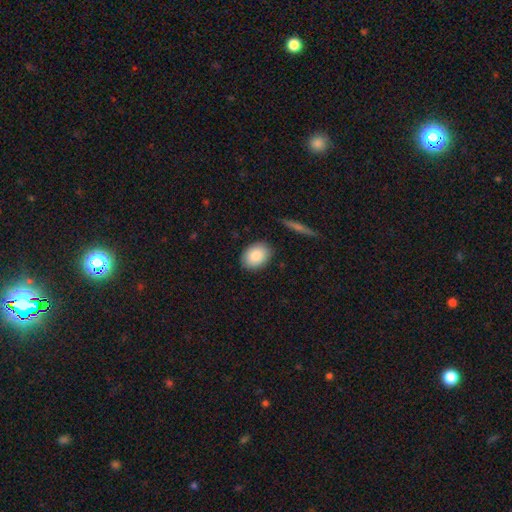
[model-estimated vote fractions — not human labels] A smooth galaxy with no disk features (86%) that is in between round and cigar-shaped (71%).

Vote fractions:
- Smooth or featured? smooth: 86% / featured or disk: 8% / star or artifact: 7%
- How rounded? in between: 71% / round: 28% / cigar-shaped: 1%
- Merging? none: 87% / minor disturbance: 10% / major disturbance: 2% / merger: 2%